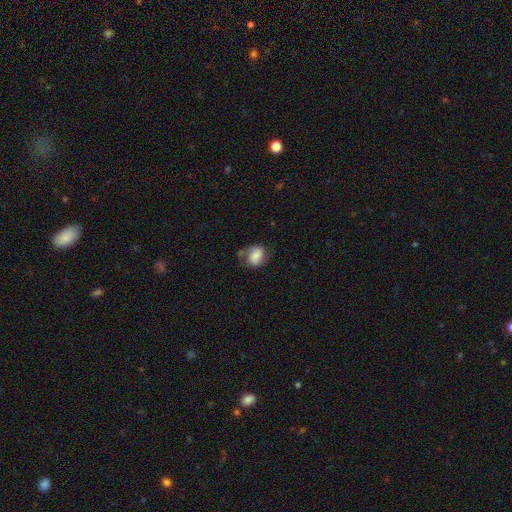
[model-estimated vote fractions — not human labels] Smooth or featured? smooth (62%)
How rounded? in between (54%)
Merging? none (52%)